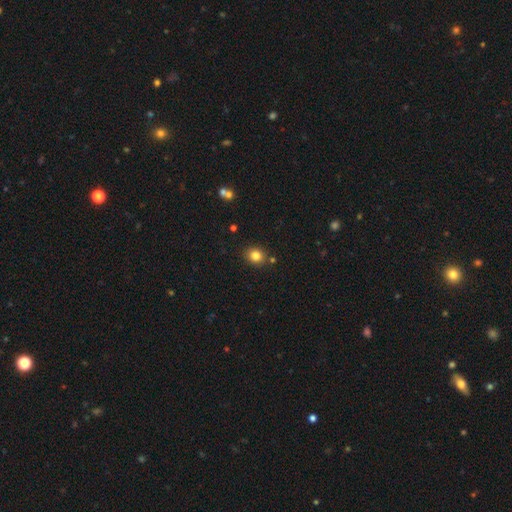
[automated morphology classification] Smooth or featured? Predicted: smooth (p=0.83). How rounded? Predicted: round (p=0.73). Merging? Predicted: none (p=0.84).